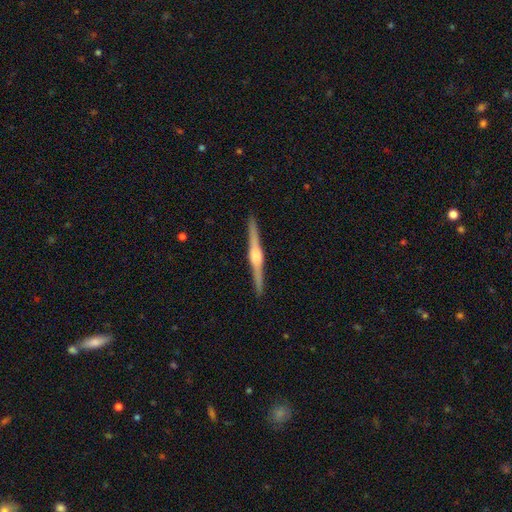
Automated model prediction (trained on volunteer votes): A featured or disk galaxy (83%) viewed edge-on (99%) with a rounded central bulge (77%). Merging: none (91%).